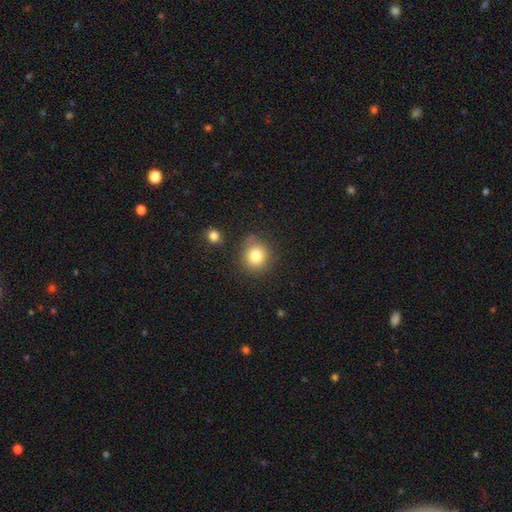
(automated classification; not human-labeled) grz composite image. It shows a smooth galaxy with no disk features (80%) that is round (83%). Merging: none (77%).